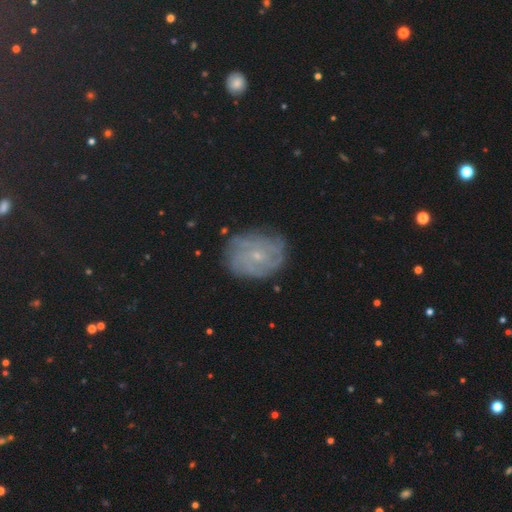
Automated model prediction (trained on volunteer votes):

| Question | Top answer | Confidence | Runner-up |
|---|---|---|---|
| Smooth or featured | featured or disk | 67% | smooth (19%) |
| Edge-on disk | no | 97% | yes (3%) |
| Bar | no | 73% | weak (23%) |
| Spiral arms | yes | 89% | no (11%) |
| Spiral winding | tight | 65% | medium (26%) |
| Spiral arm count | can't tell | 47% | 4 (13%) |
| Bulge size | small | 79% | moderate (16%) |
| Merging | none | 79% | minor disturbance (15%) |